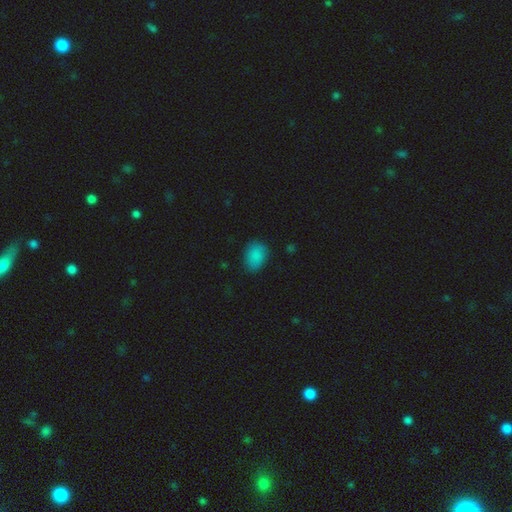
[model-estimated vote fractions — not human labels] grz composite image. It shows a smooth galaxy with no disk features (86%) that is in between round and cigar-shaped (74%). Merging: none (77%).